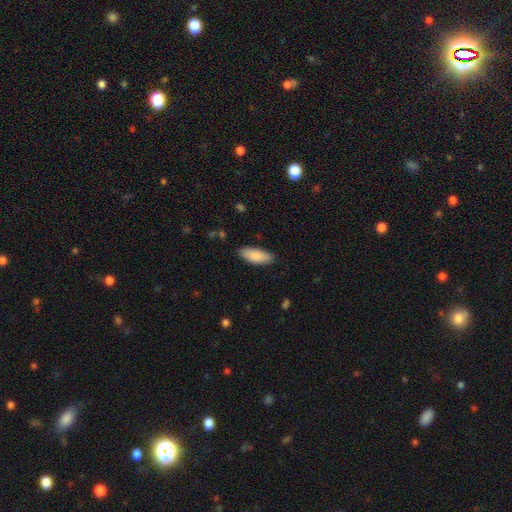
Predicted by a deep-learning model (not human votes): Smooth or featured? smooth (85%)
How rounded? in between (77%)
Merging? none (87%)